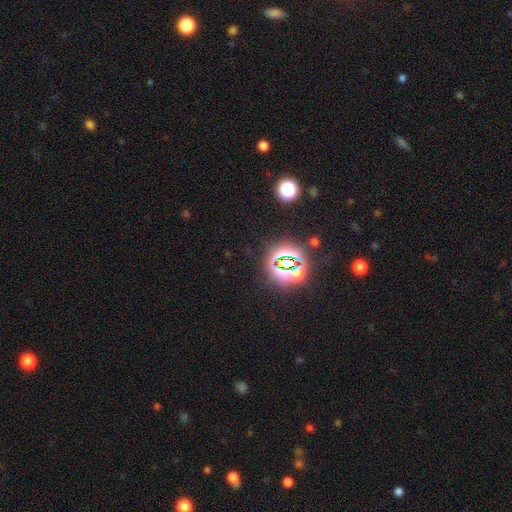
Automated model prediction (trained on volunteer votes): smooth-or-featured: star or artifact: 80% | smooth: 13% | featured or disk: 7%